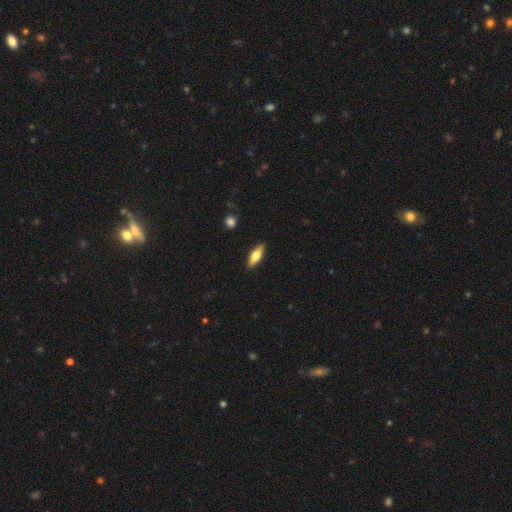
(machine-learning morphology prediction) A smooth galaxy with no disk features (52%) that is in between round and cigar-shaped (50%). Merging: none (89%).